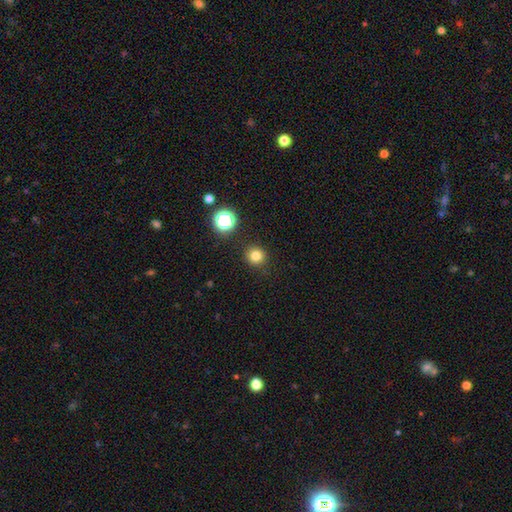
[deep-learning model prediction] Overall: smooth (80%). How rounded: round (94%). Merging: none (91%).